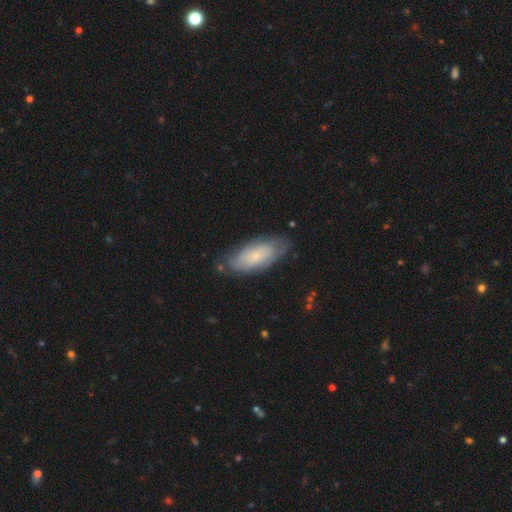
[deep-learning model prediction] A smooth galaxy with no disk features (53%) that is in between round and cigar-shaped (83%). Merging: none (70%).